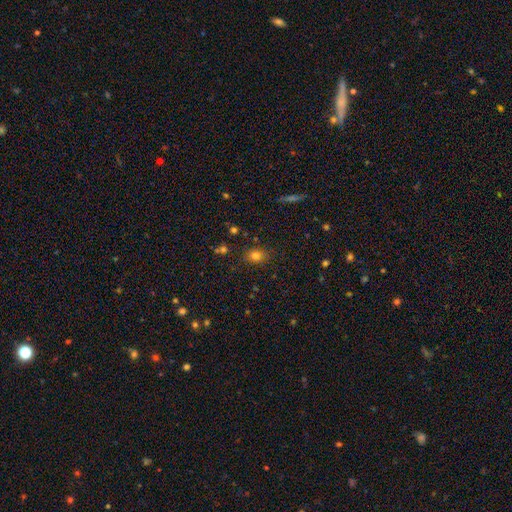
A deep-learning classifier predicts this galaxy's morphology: Smooth or featured: smooth — 77% (star or artifact — 16%)
How rounded: round — 51% (in between — 47%)
Merging: none — 83% (minor disturbance — 11%)